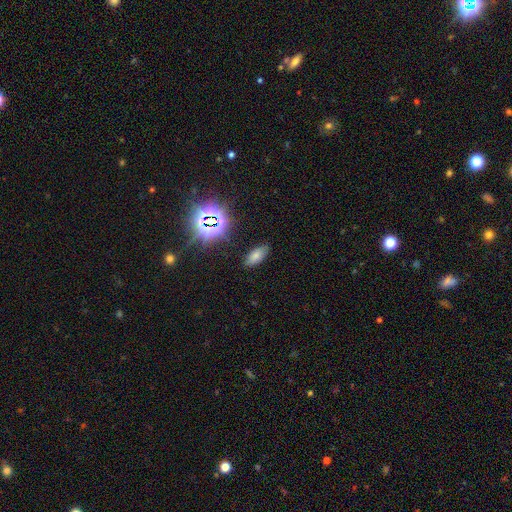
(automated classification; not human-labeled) Q: Smooth or featured?
A: smooth (69%); runner-up: star or artifact (21%)
Q: How rounded?
A: in between (88%); runner-up: cigar-shaped (9%)
Q: Merging?
A: none (84%); runner-up: minor disturbance (11%)